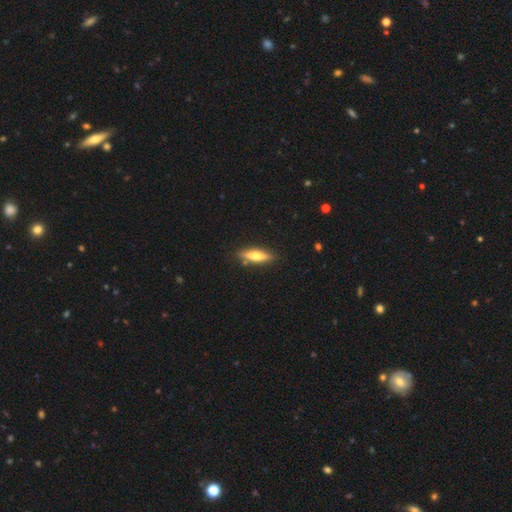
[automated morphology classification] A smooth galaxy with no disk features (55%) that is cigar-shaped (68%).

Vote fractions:
- Smooth or featured? smooth: 55% / featured or disk: 39% / star or artifact: 6%
- How rounded? cigar-shaped: 68% / in between: 30% / round: 2%
- Merging? none: 86% / minor disturbance: 10% / merger: 2% / major disturbance: 2%